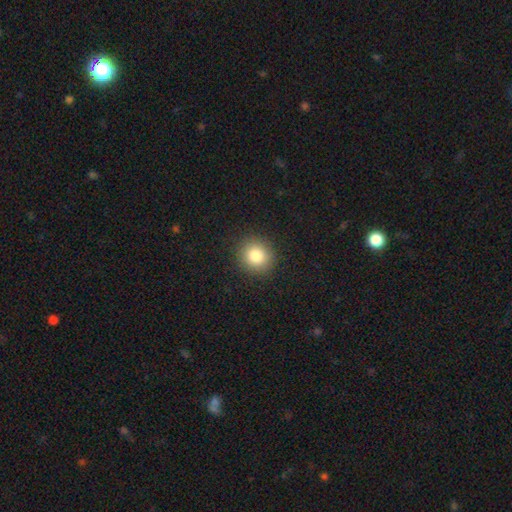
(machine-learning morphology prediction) A smooth galaxy with no disk features (83%) that is round (87%). Merging: none (91%).